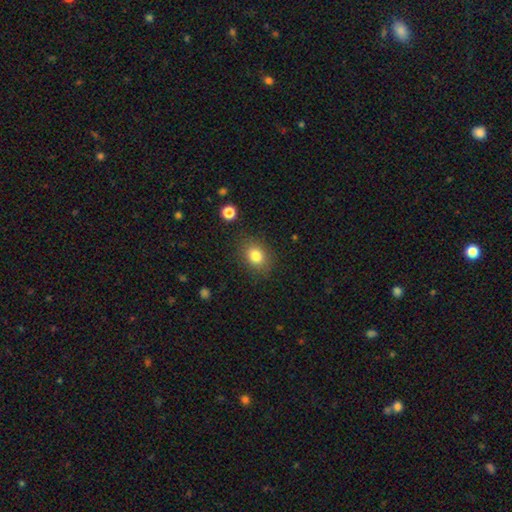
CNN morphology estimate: A smooth galaxy with no disk features (81%) that is in between round and cigar-shaped (53%). Merging: none (84%).